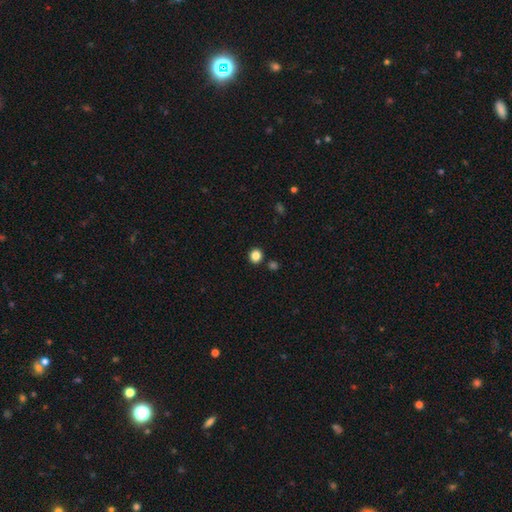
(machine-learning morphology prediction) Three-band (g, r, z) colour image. It shows a smooth galaxy with no disk features (85%) that is round (87%). Merging: none (88%).